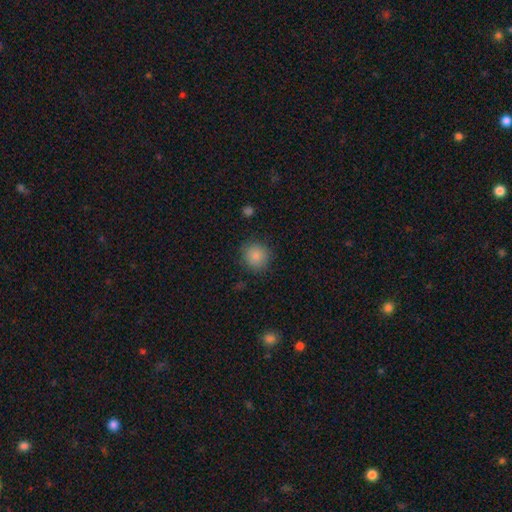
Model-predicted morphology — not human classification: Smooth or featured?
  - smooth: 86% *
  - star or artifact: 10%
  - featured or disk: 5%
How rounded?
  - round: 91% *
  - in between: 8%
  - cigar-shaped: 1%
Merging?
  - none: 85% *
  - minor disturbance: 10%
  - major disturbance: 3%
  - merger: 1%